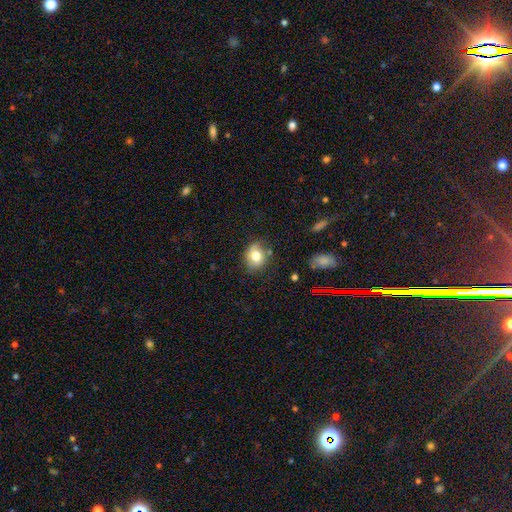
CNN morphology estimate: Overall: smooth (77%). How rounded: round (55%; in between 44%). Merging: none (73%).